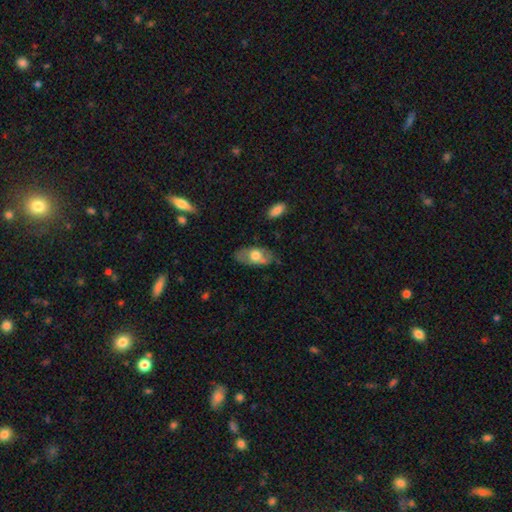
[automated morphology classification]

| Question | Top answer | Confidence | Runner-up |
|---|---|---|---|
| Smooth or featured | smooth | 55% | featured or disk (39%) |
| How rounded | in between | 90% | round (5%) |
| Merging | none | 74% | minor disturbance (19%) |